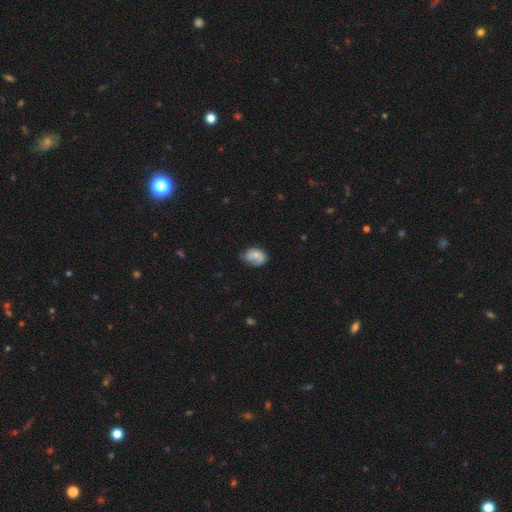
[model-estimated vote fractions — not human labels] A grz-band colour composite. It shows a smooth galaxy with no disk features (59%) that is in between round and cigar-shaped (71%). Merging: none (46%).